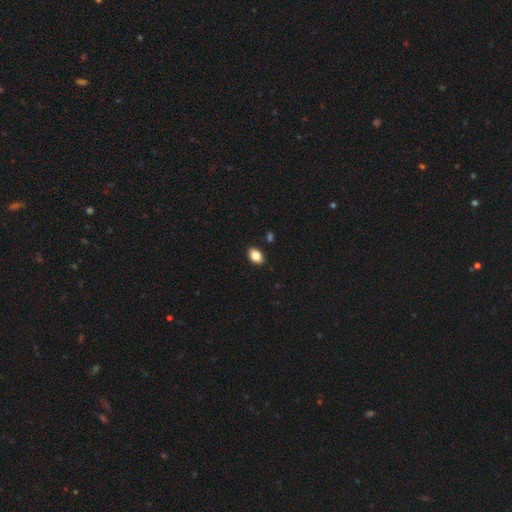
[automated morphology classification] smooth-or-featured: smooth: 84% | star or artifact: 8% | featured or disk: 8%
  how-rounded: in between: 86% | round: 13% | cigar-shaped: 1%
  merging: none: 89% | minor disturbance: 8% | major disturbance: 2% | merger: 2%